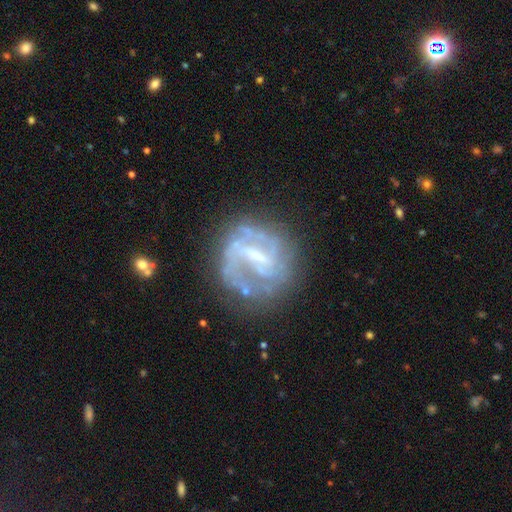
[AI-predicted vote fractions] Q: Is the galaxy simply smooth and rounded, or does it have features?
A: featured or disk — 82%.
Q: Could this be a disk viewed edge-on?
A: no — 97%.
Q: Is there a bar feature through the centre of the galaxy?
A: weak — 45%.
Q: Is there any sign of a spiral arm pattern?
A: yes — 82%.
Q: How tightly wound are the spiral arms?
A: tight — 40%, tied with medium.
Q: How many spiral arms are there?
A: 2 — 42%.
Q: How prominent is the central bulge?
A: small — 50%.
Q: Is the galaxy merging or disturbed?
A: none — 62%.